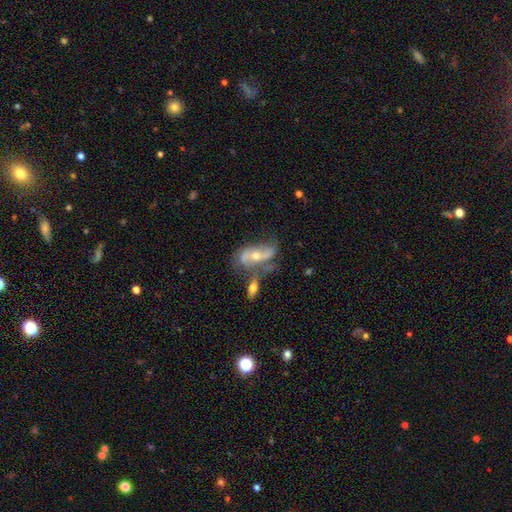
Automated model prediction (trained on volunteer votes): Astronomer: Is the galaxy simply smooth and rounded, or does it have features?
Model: featured or disk — 70%.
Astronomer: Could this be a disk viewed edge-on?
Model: no — 92%.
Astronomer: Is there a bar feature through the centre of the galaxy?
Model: no — 55%.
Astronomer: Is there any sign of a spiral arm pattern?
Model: yes — 83%.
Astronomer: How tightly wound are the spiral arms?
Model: loose — 54% (runner-up: medium, 32%).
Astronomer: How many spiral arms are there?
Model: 2 — 80%.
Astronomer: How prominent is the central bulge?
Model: moderate — 57% (runner-up: small, 38%).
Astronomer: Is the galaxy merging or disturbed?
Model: none — 35% (runner-up: merger, 31%).